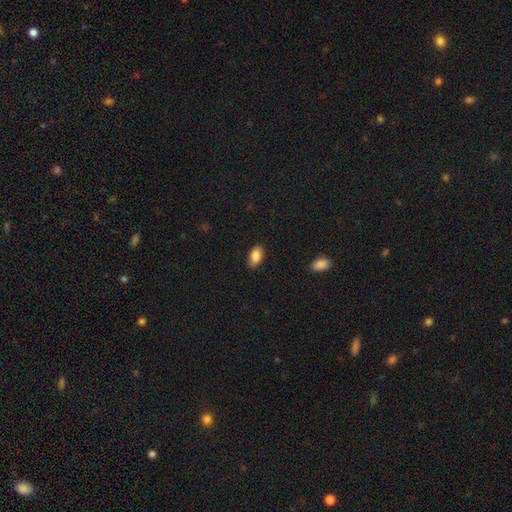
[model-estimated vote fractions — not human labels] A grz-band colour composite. It shows a smooth galaxy with no disk features (86%) that is in between round and cigar-shaped (92%). Merging: none (82%).